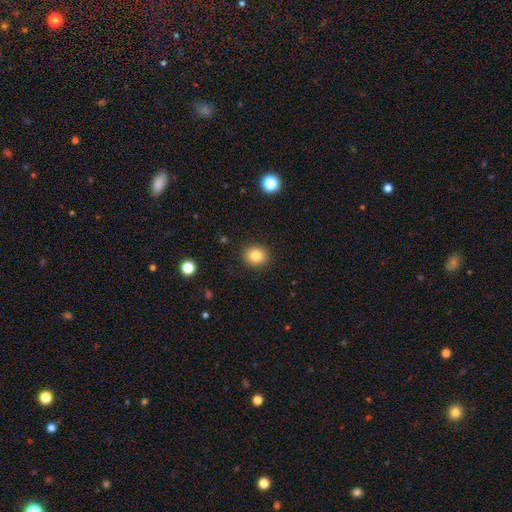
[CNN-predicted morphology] Smooth or featured: smooth — 82% (star or artifact — 10%)
How rounded: round — 74% (in between — 26%)
Merging: none — 90% (minor disturbance — 7%)